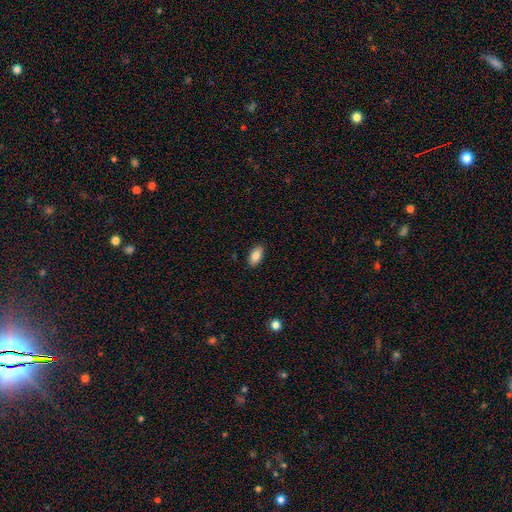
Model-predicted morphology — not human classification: A smooth galaxy with no disk features (87%) that is in between round and cigar-shaped (93%). Merging: none (89%).